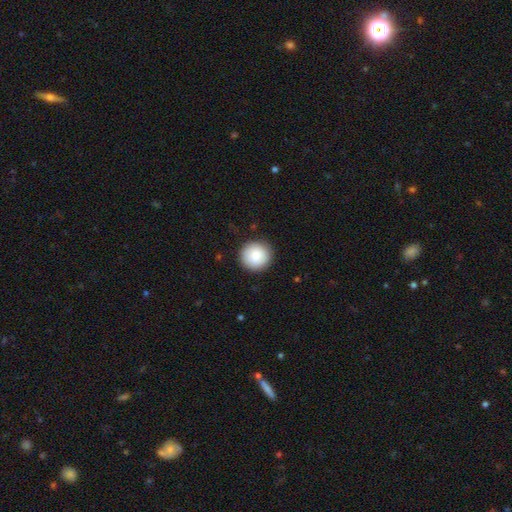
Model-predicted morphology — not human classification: Smooth or featured?
  - smooth: 86% *
  - star or artifact: 7%
  - featured or disk: 7%
How rounded?
  - round: 95% *
  - in between: 4%
  - cigar-shaped: 1%
Merging?
  - none: 91% *
  - minor disturbance: 7%
  - major disturbance: 2%
  - merger: 1%